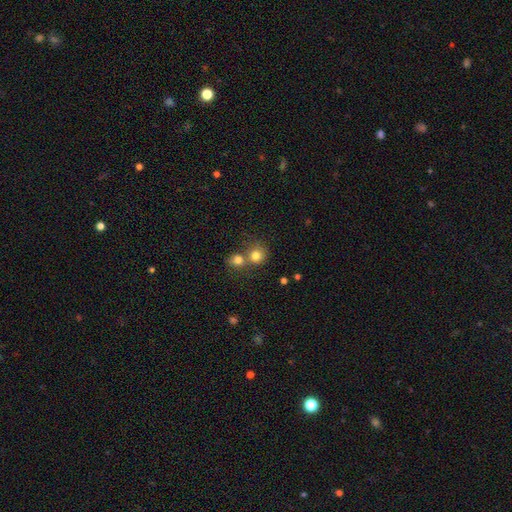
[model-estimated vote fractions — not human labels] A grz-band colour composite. It shows a smooth galaxy with no disk features (78%) that is round (84%). Merging: merger (46%).